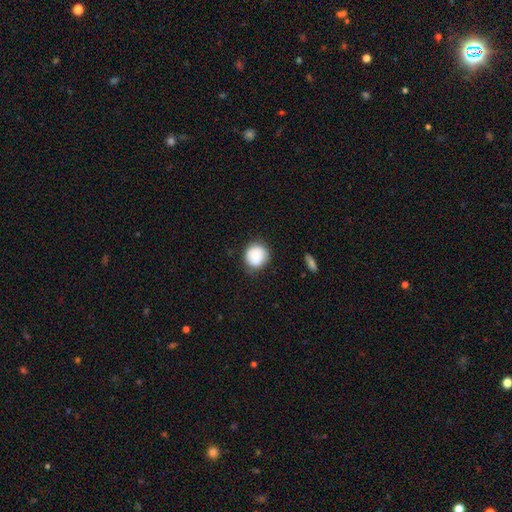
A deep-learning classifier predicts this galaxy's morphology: smooth_or_featured: smooth (p=0.81) [alt: featured or disk p=0.11]
how_rounded: round (p=0.87) [alt: in between p=0.12]
merging: none (p=0.80) [alt: minor disturbance p=0.15]